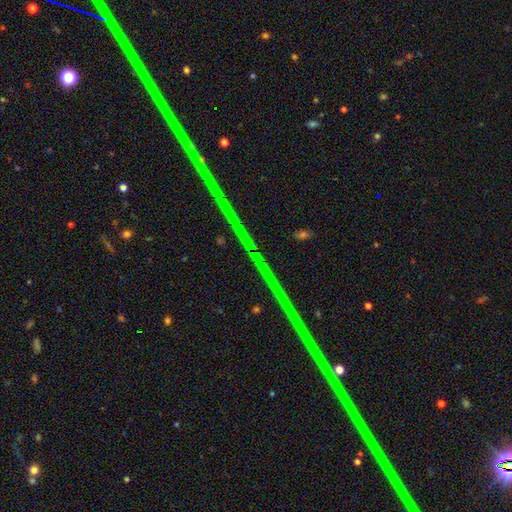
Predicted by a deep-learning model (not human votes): Smooth or featured: star or artifact — 81% (featured or disk — 12%)